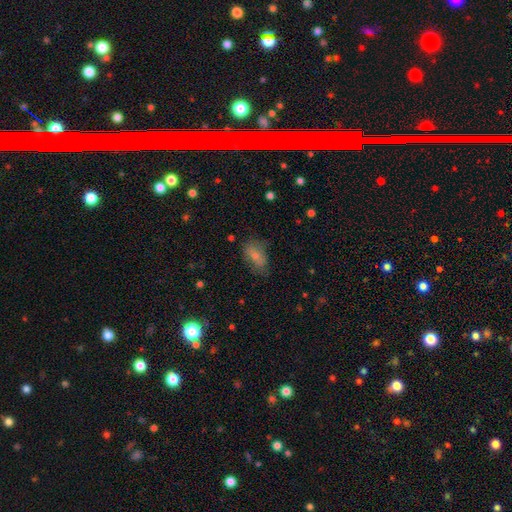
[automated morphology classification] This appears to be a smooth galaxy with no disk features (71%) that is in between round and cigar-shaped (88%). Merging: none (64%).